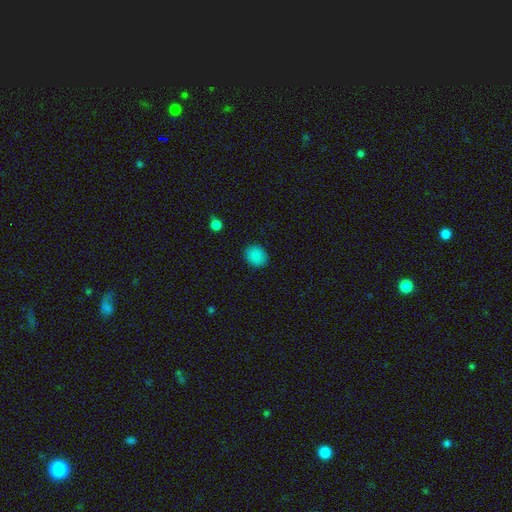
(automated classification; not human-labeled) This is clearly a smooth galaxy (86%). How rounded: likely round (66%). Merging: clearly none (88%).